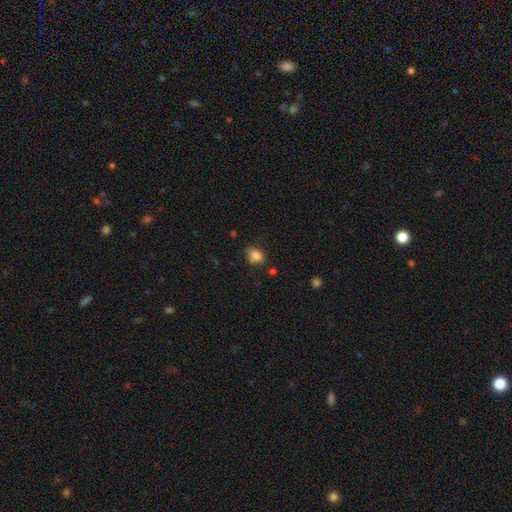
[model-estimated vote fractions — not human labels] This appears to be a smooth galaxy with no disk features (82%) that is in between round and cigar-shaped (66%). Merging: none (56%).